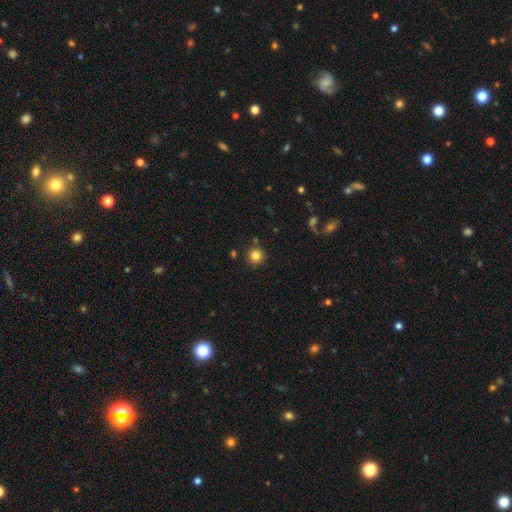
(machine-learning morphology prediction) A smooth galaxy with no disk features (83%) that is round (95%). Merging: none (87%).